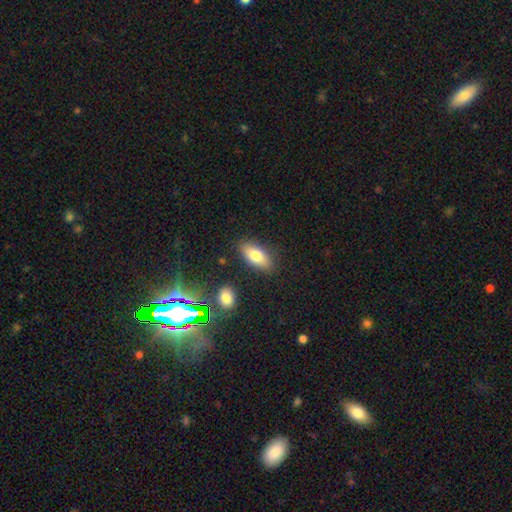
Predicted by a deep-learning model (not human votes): smooth_or_featured: smooth (p=0.76) [alt: featured or disk p=0.16]
how_rounded: in between (p=0.85) [alt: cigar-shaped p=0.11]
merging: none (p=0.85) [alt: minor disturbance p=0.10]